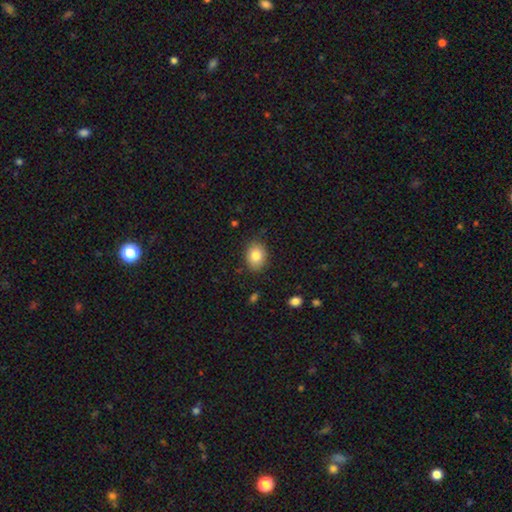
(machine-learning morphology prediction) A smooth galaxy with no disk features (84%) that is in between round and cigar-shaped (63%).

Vote fractions:
- Smooth or featured? smooth: 84% / star or artifact: 8% / featured or disk: 8%
- How rounded? in between: 63% / round: 36% / cigar-shaped: 1%
- Merging? none: 85% / minor disturbance: 11% / major disturbance: 3% / merger: 1%